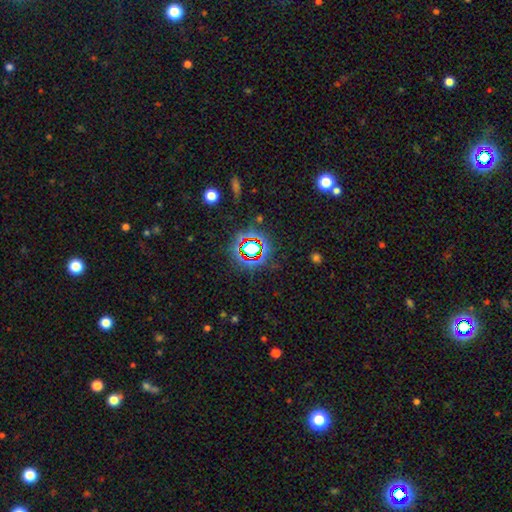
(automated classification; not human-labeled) The model was most divided on "smooth or featured": star or artifact: 69%, smooth: 20%, featured or disk: 11%.